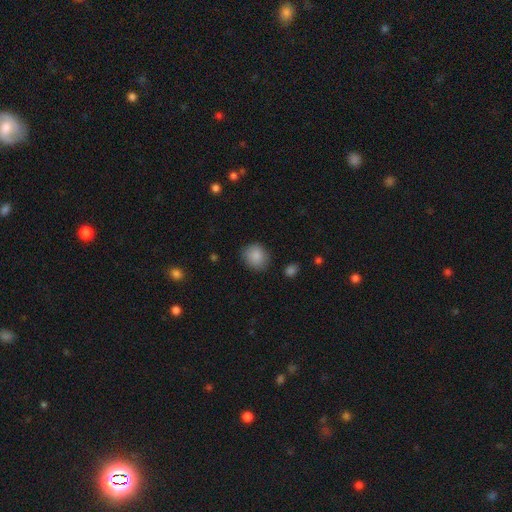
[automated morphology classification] smooth 88%, star or artifact 8%, featured or disk 5%. Down the decision tree: how rounded — round (75%); merging — none (83%).